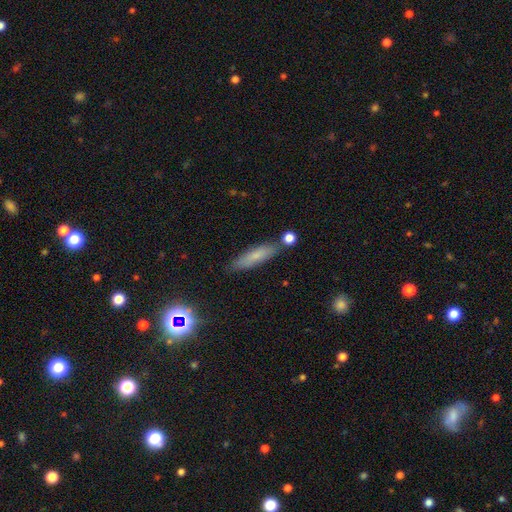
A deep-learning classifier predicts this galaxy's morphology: Overall: smooth (70%). How rounded: cigar-shaped (73%). Merging: none (78%).